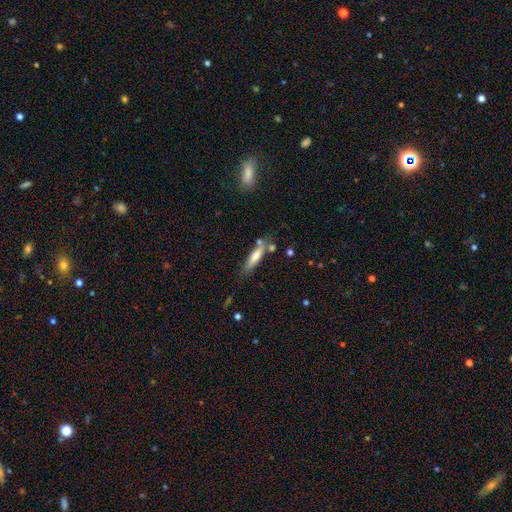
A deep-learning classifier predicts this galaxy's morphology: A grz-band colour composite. It shows a smooth galaxy with no disk features (65%) that is cigar-shaped (78%). Merging: none (64%).